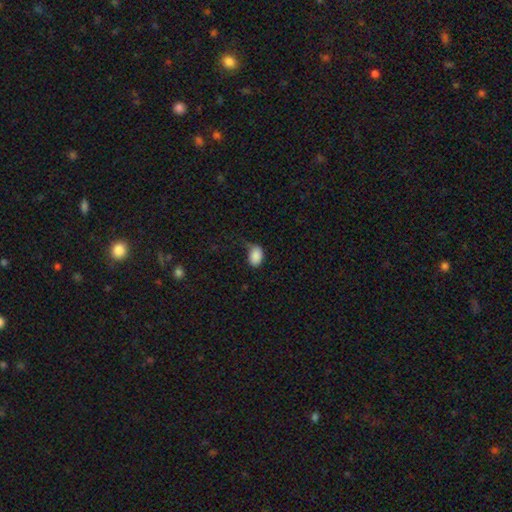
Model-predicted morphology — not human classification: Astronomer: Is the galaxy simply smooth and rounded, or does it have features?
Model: smooth — 87%.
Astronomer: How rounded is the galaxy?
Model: in between — 87%.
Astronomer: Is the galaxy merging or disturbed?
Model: none — 47% (runner-up: minor disturbance, 33%).